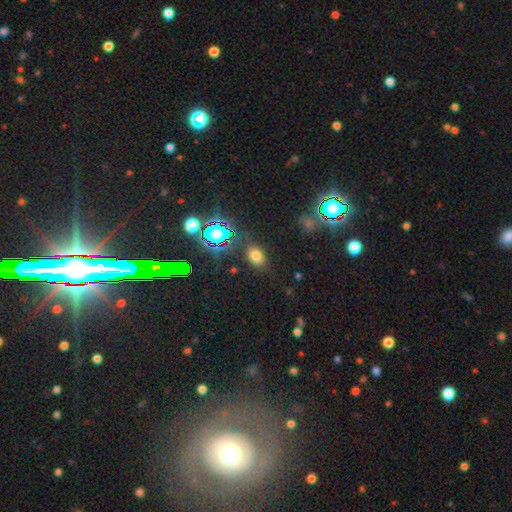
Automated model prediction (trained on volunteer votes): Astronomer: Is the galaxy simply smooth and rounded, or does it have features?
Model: smooth — 69%.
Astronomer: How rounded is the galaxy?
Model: in between — 77%.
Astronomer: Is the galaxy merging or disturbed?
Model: none — 83%.